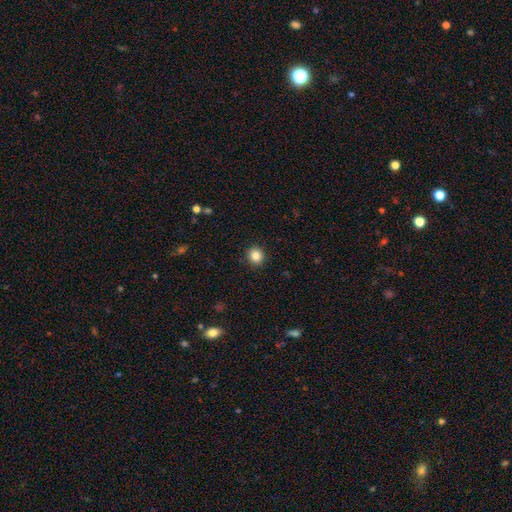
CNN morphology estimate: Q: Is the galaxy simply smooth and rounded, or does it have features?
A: smooth — 85%.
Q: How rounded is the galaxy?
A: round — 90%.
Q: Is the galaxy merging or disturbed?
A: none — 92%.